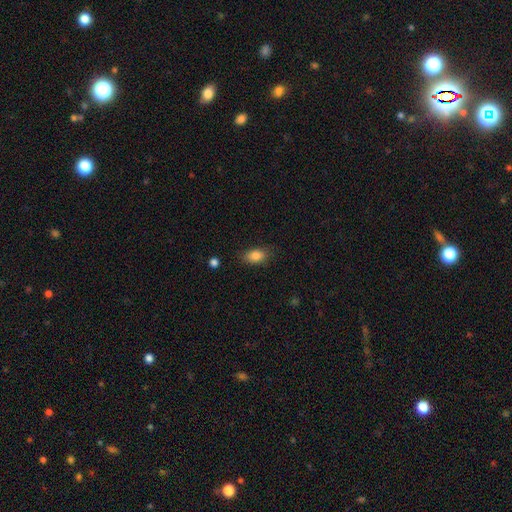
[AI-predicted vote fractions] Smooth or featured?
  - smooth: 84% *
  - star or artifact: 8%
  - featured or disk: 8%
How rounded?
  - in between: 87% *
  - round: 9%
  - cigar-shaped: 4%
Merging?
  - none: 82% *
  - minor disturbance: 14%
  - major disturbance: 3%
  - merger: 1%